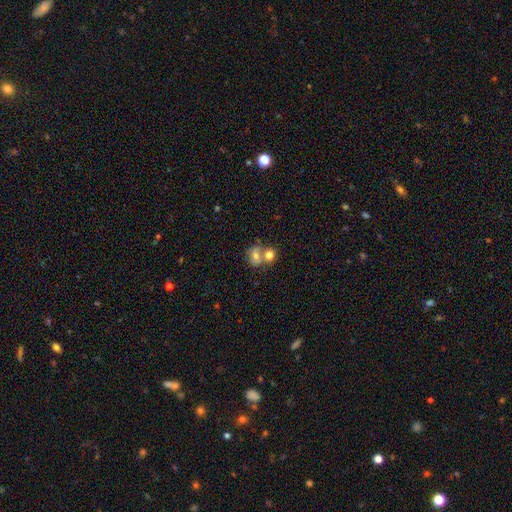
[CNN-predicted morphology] This appears to be a smooth galaxy with no disk features (67%) that is round (62%). Merging: merger (58%).